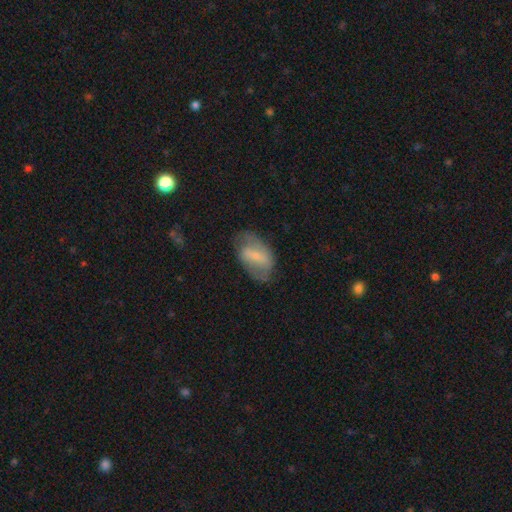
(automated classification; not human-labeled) The model was most divided on "bar": strong: 41%, weak: 39%, no: 20%. More confident: edge-on disk — no (94%); merging — none (63%); bulge size — small (62%); spiral arms — yes (62%); smooth or featured — featured or disk (55%).